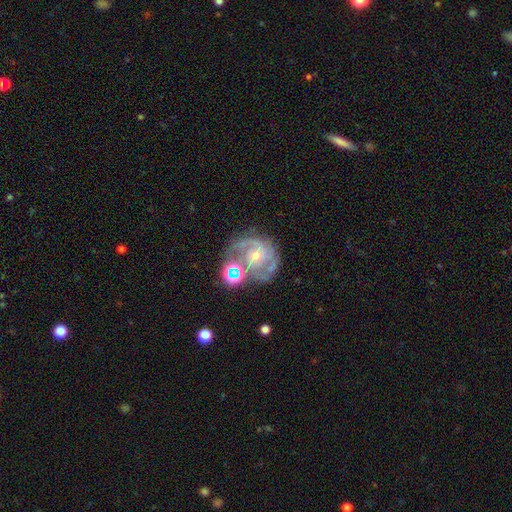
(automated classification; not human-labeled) A featured or disk galaxy (84%) with no bar (60%), 2 (43%) medium (46%) spiral arms (95%) and a small central bulge (63%).

Vote fractions:
- Smooth or featured? featured or disk: 84% / star or artifact: 9% / smooth: 7%
- Edge-on disk? no: 98% / yes: 2%
- Bar? no: 60% / weak: 31% / strong: 9%
- Spiral arms? yes: 95% / no: 5%
- Spiral winding? medium: 46% / tight: 42% / loose: 12%
- Spiral arm count? 2: 43% / 3: 25% / can't tell: 18% / 4: 5% / 1: 5% / more than 4: 4%
- Bulge size? small: 63% / moderate: 33% / none: 2% / large: 1% / dominant: 1%
- Merging? none: 52% / minor disturbance: 19% / merger: 15% / major disturbance: 14%